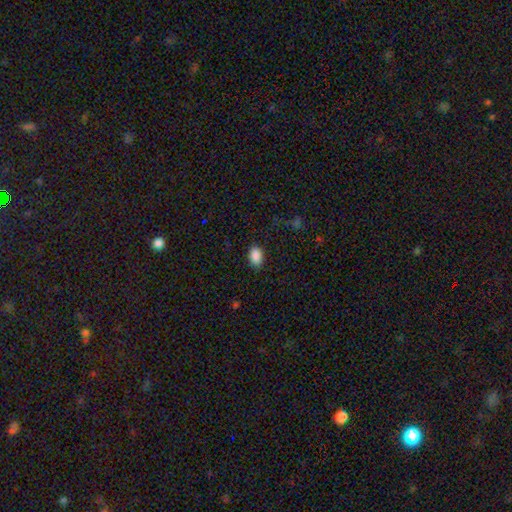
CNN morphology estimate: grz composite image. It shows a smooth galaxy with no disk features (89%) that is in between round and cigar-shaped (85%). Merging: none (85%).